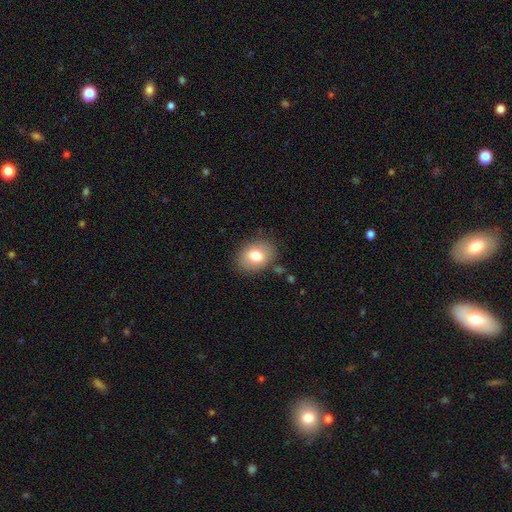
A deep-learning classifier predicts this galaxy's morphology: This is likely a smooth galaxy (76%). How rounded: likely in between (66%). Merging: clearly none (81%).